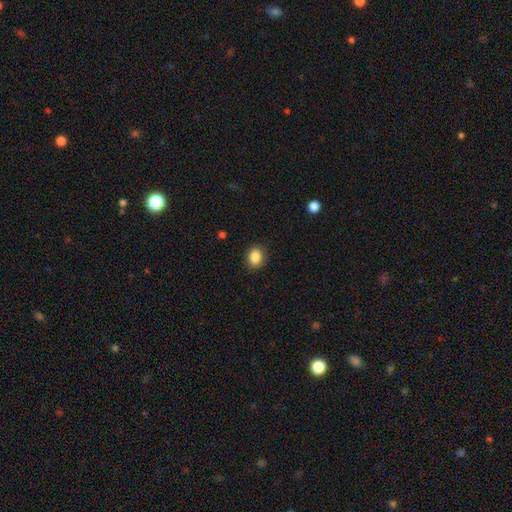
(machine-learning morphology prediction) Smooth or featured? Predicted: smooth (p=0.87). How rounded? Predicted: round (p=0.51). Merging? Predicted: none (p=0.89).